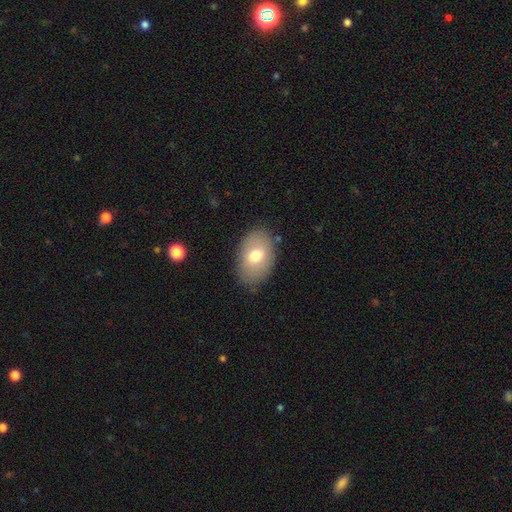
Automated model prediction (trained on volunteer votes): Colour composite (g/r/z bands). It shows a smooth galaxy with no disk features (73%) that is in between round and cigar-shaped (88%). Merging: none (82%).